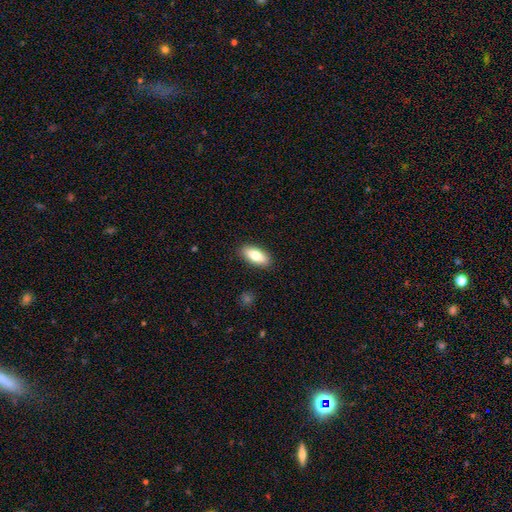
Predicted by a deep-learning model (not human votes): smooth_or_featured: smooth (p=0.79) [alt: featured or disk p=0.15]
how_rounded: in between (p=0.84) [alt: cigar-shaped p=0.13]
merging: none (p=0.89) [alt: minor disturbance p=0.08]